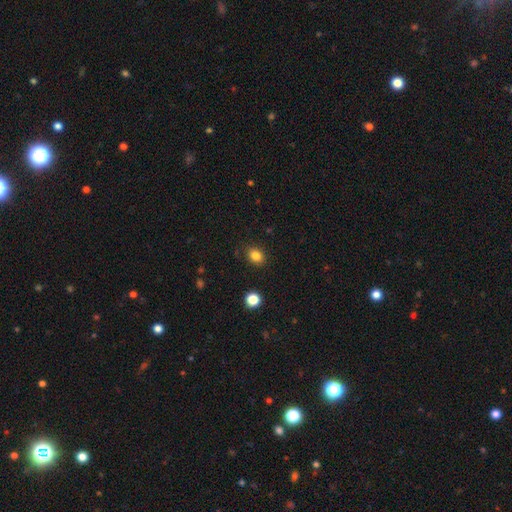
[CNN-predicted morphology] The model was most divided on "how rounded": in between: 53%, round: 47%, cigar-shaped: 1%. More confident: merging — none (86%); smooth or featured — smooth (84%).